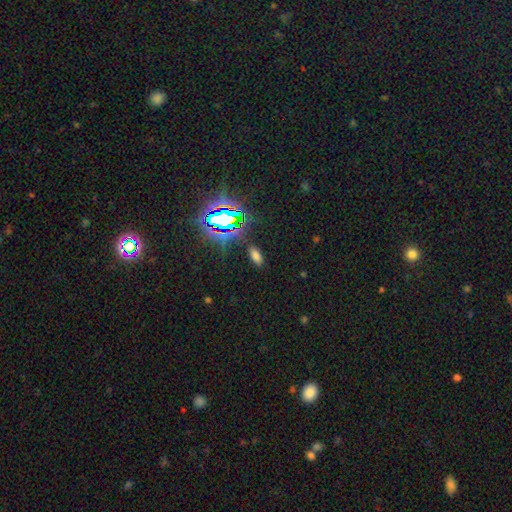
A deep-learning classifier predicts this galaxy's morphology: A smooth galaxy with no disk features (64%) that is in between round and cigar-shaped (87%).

Vote fractions:
- Smooth or featured? smooth: 64% / star or artifact: 30% / featured or disk: 6%
- How rounded? in between: 87% / cigar-shaped: 8% / round: 4%
- Merging? none: 86% / minor disturbance: 9% / major disturbance: 3% / merger: 2%